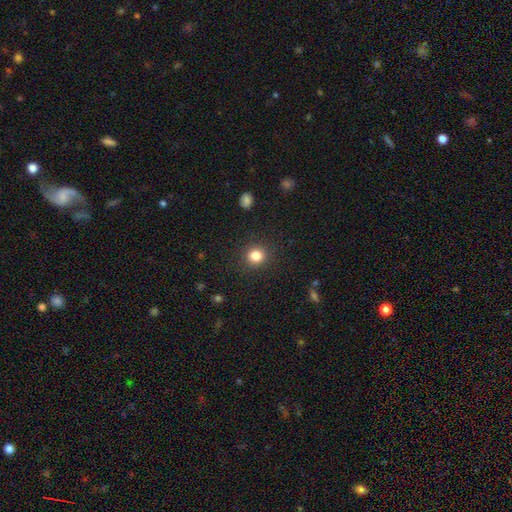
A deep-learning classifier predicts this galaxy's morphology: A smooth galaxy with no disk features (83%) that is round (87%). Merging: none (90%).